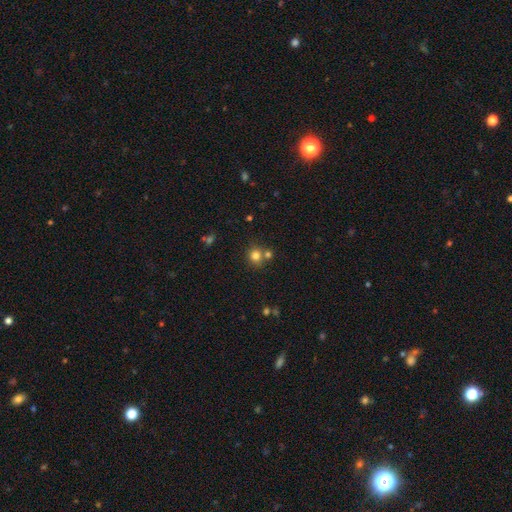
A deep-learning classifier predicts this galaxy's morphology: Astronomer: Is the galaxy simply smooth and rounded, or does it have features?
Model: smooth — 79%.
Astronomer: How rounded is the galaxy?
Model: round — 85%.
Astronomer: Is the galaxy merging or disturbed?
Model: none — 62%.